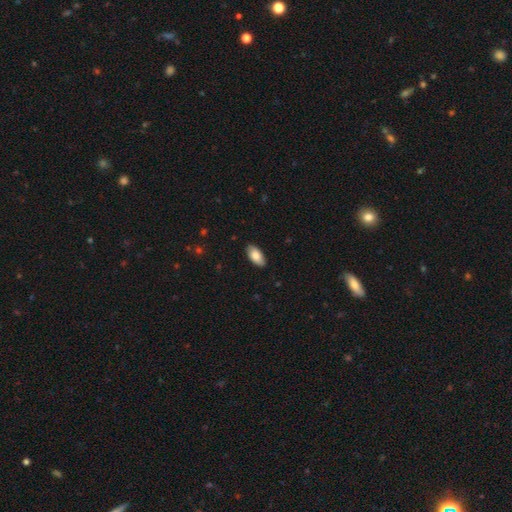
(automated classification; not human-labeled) The model was most divided on "smooth or featured": smooth: 83%, featured or disk: 11%, star or artifact: 6%. More confident: how rounded — in between (93%); merging — none (87%).